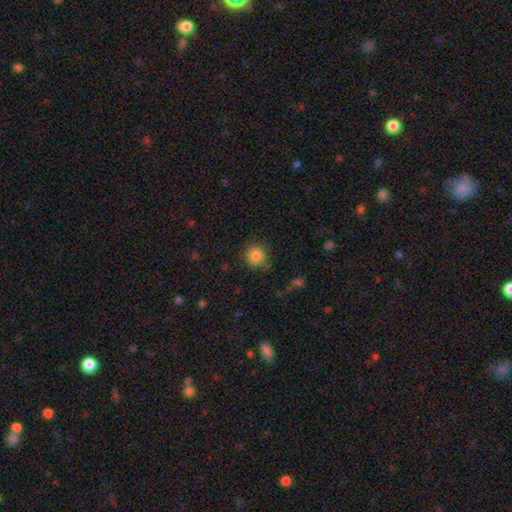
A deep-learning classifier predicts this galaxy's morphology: Q: Smooth or featured?
A: smooth (85%); runner-up: star or artifact (10%)
Q: How rounded?
A: round (92%); runner-up: in between (7%)
Q: Merging?
A: none (82%); runner-up: minor disturbance (13%)